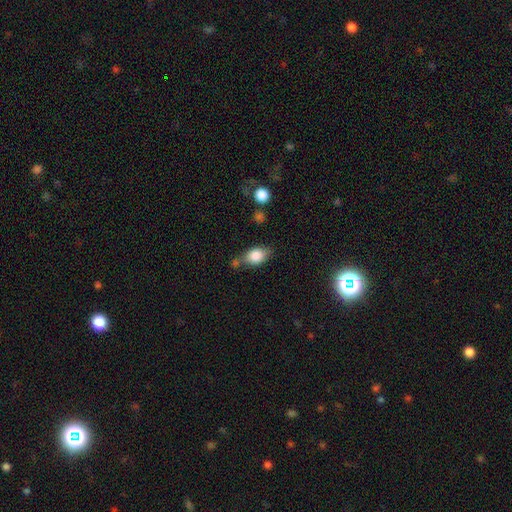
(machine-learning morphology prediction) Overall: smooth (82%). How rounded: in between (82%). Merging: none (58%; minor disturbance 21%).